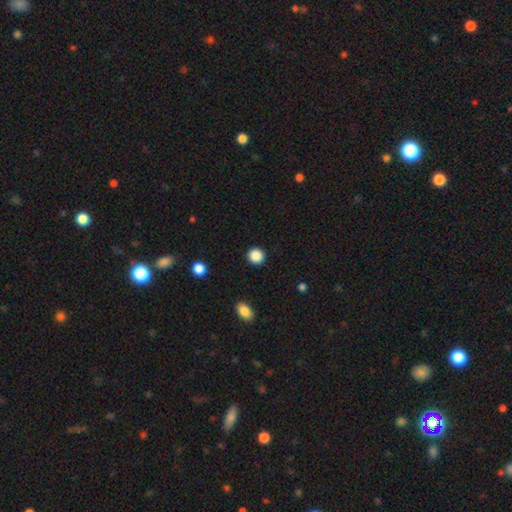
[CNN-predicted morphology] smooth-or-featured: smooth: 88% | star or artifact: 9% | featured or disk: 3%
  how-rounded: round: 91% | in between: 8% | cigar-shaped: 1%
  merging: none: 92% | minor disturbance: 5% | major disturbance: 2% | merger: 1%